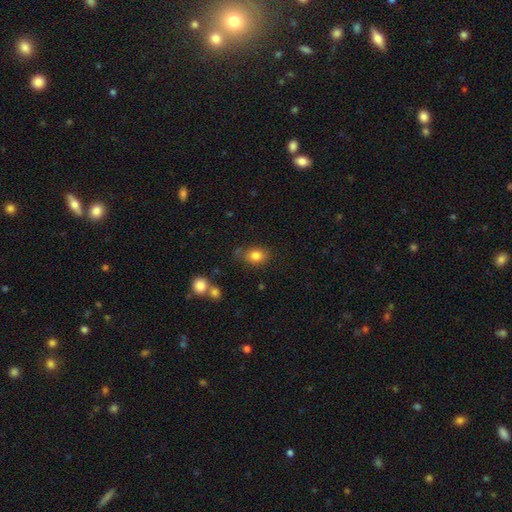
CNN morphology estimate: type=smooth (83%); roundness=in between (58%); merging=none (73%).